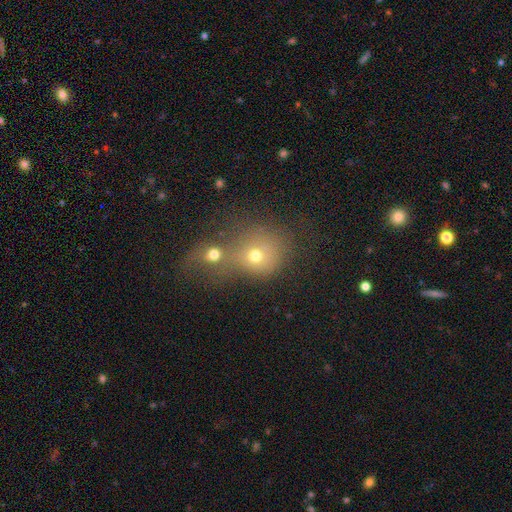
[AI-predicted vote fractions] Q: Smooth or featured?
A: smooth (65%); runner-up: featured or disk (18%)
Q: How rounded?
A: round (76%); runner-up: in between (23%)
Q: Merging?
A: merger (65%); runner-up: none (22%)